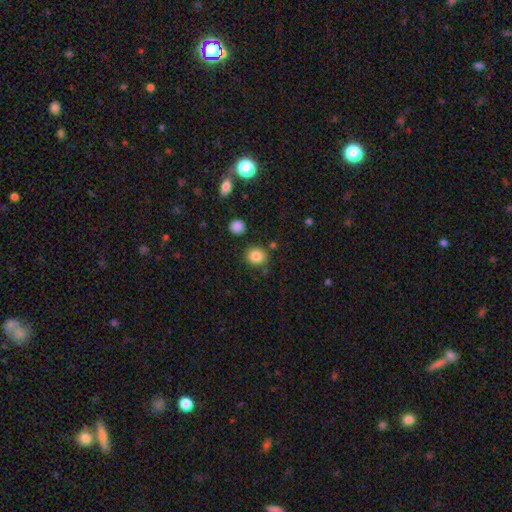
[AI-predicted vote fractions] Q: Smooth or featured?
A: smooth (84%); runner-up: star or artifact (10%)
Q: How rounded?
A: round (80%); runner-up: in between (19%)
Q: Merging?
A: none (82%); runner-up: minor disturbance (11%)